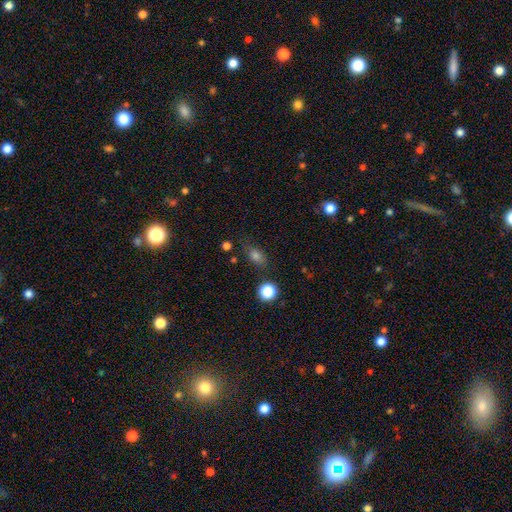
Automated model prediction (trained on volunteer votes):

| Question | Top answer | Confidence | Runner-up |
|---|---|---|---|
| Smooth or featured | smooth | 75% | star or artifact (16%) |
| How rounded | in between | 70% | round (25%) |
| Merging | none | 71% | minor disturbance (19%) |